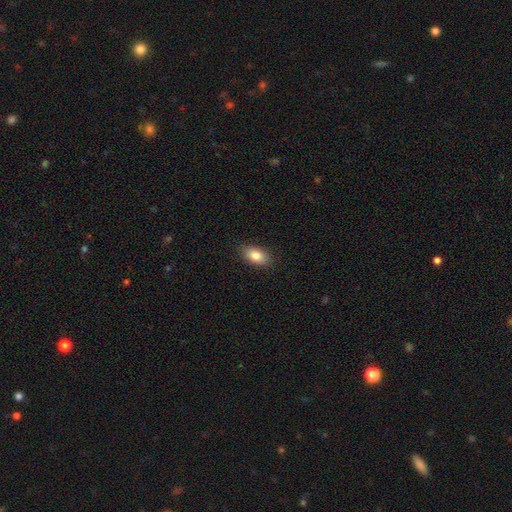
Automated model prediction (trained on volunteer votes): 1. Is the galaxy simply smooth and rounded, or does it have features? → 84% smooth, 8% featured or disk, 7% star or artifact.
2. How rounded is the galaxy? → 91% in between, 5% round, 4% cigar-shaped.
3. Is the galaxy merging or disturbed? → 87% none, 10% minor disturbance, 2% major disturbance, 1% merger.